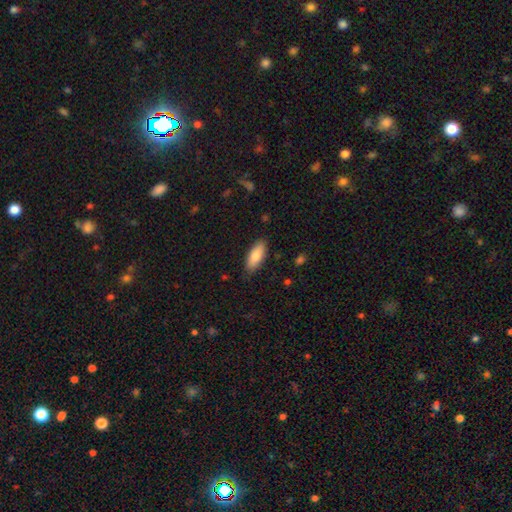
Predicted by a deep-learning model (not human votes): smooth-or-featured: smooth: 83% | featured or disk: 11% | star or artifact: 6%
  how-rounded: in between: 77% | cigar-shaped: 21% | round: 2%
  merging: none: 84% | minor disturbance: 12% | major disturbance: 2% | merger: 1%